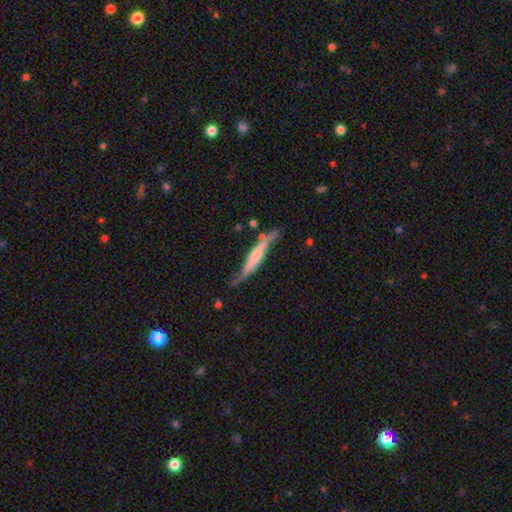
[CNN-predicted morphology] A featured or disk galaxy (54%) viewed edge-on (83%).

Vote fractions:
- Smooth or featured? featured or disk: 54% / smooth: 41% / star or artifact: 5%
- Edge-on disk? yes: 83% / no: 17%
- Merging? none: 61% / minor disturbance: 26% / merger: 7% / major disturbance: 6%